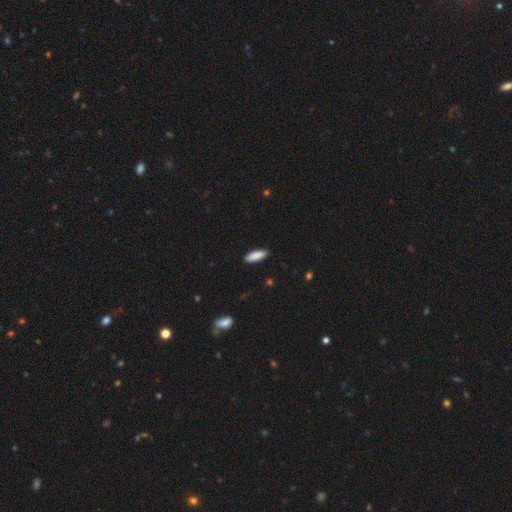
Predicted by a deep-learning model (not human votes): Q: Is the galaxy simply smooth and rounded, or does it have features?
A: smooth — 89%.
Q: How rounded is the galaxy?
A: in between — 61%.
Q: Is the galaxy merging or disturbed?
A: none — 88%.